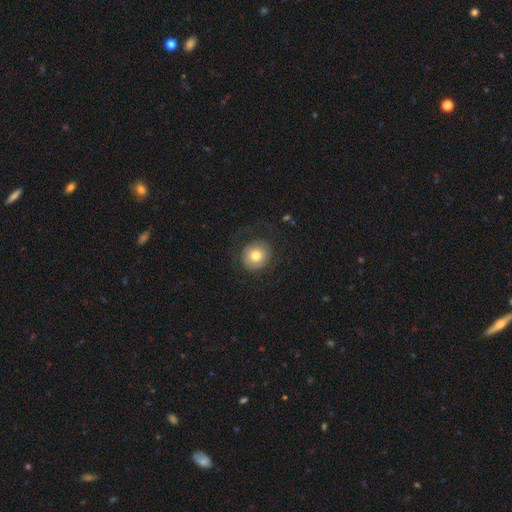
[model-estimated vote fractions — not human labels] This is likely a smooth galaxy (73%). How rounded: clearly round (91%). Merging: likely none (77%).